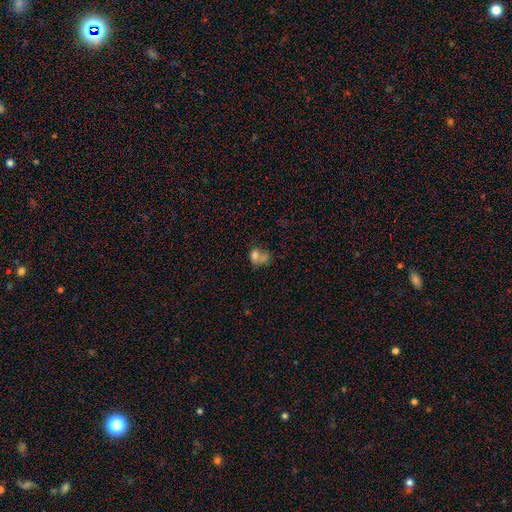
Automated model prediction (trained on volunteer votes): smooth_or_featured: smooth (p=0.70) [alt: featured or disk p=0.17]
how_rounded: in between (p=0.53) [alt: round p=0.46]
merging: merger (p=0.34) [alt: none p=0.25]